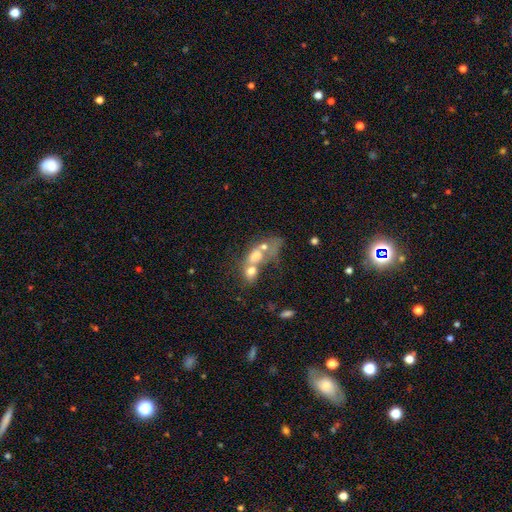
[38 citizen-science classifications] A smooth galaxy with no disk features (61%) that is in between round and cigar-shaped (83%). Merging: merger (75%).